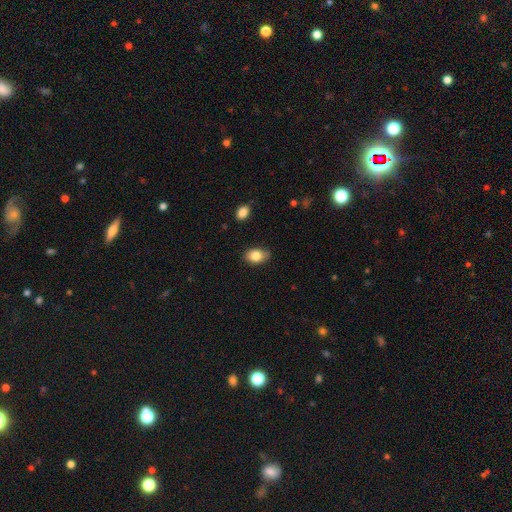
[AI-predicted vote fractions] A smooth galaxy with no disk features (82%) that is in between round and cigar-shaped (83%). Merging: none (77%).